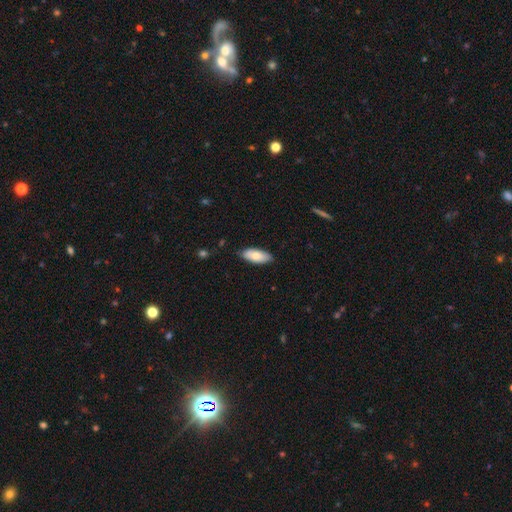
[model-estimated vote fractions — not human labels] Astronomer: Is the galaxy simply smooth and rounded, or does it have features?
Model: smooth — 77%.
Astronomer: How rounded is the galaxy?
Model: in between — 86%.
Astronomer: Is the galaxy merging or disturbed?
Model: none — 83%.